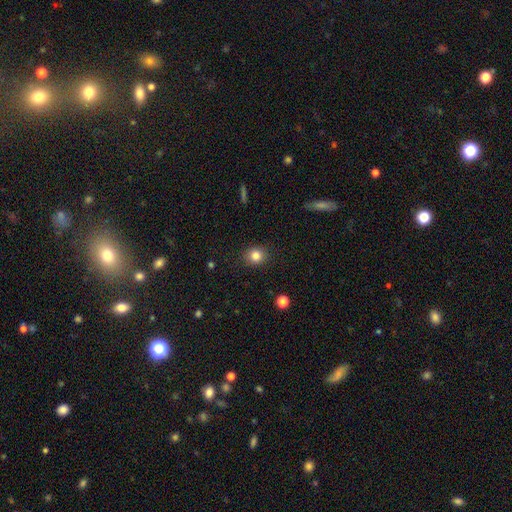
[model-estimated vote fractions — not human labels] The model was most divided on "how rounded": round: 82%, in between: 17%, cigar-shaped: 1%. More confident: merging — none (90%); smooth or featured — smooth (83%).